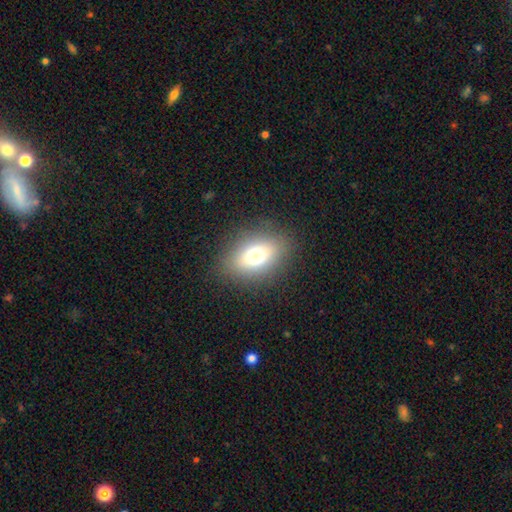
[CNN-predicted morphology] A smooth galaxy with no disk features (71%) that is in between round and cigar-shaped (72%). Merging: none (85%).